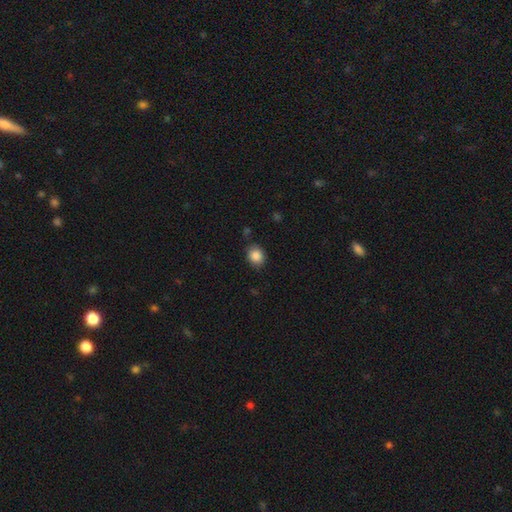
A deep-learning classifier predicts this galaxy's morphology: smooth 87%, star or artifact 9%, featured or disk 4%. Down the decision tree: how rounded — round (60%); merging — none (80%).